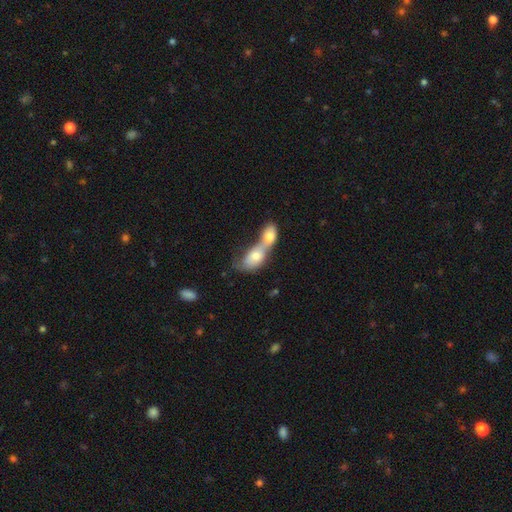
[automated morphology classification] Overall: smooth (63%; featured or disk 28%). How rounded: in between (73%). Merging: merger (84%).